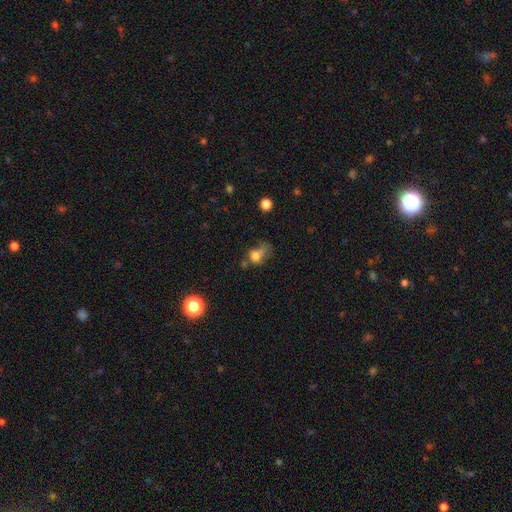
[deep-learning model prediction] smooth_or_featured: smooth (p=0.69) [alt: featured or disk p=0.16]
how_rounded: round (p=0.51) [alt: in between p=0.48]
merging: major disturbance (p=0.33) [alt: none p=0.24]